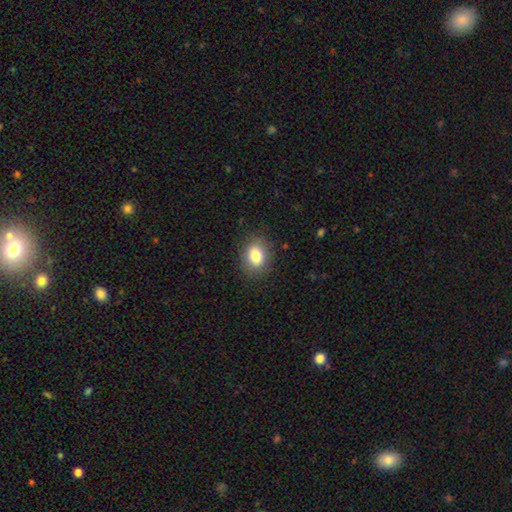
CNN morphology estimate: This appears to be a smooth galaxy with no disk features (81%) that is in between round and cigar-shaped (57%). Merging: none (86%).